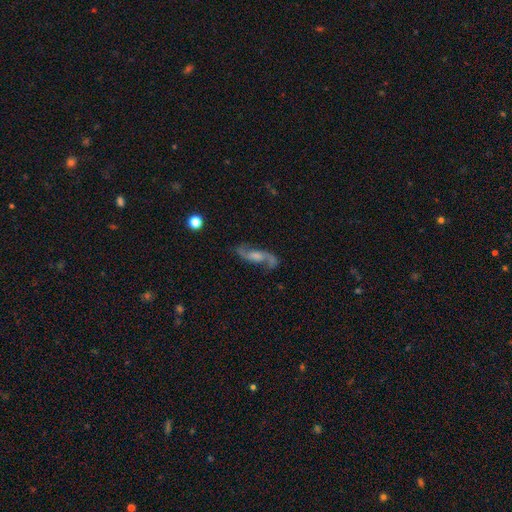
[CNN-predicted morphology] type=featured or disk (84%); edge-on=no (90%); bar=no (46%); spiral arms=yes (96%); winding=loose (60%); arm count=2 (93%); bulge=moderate (40%); merging=none (77%).